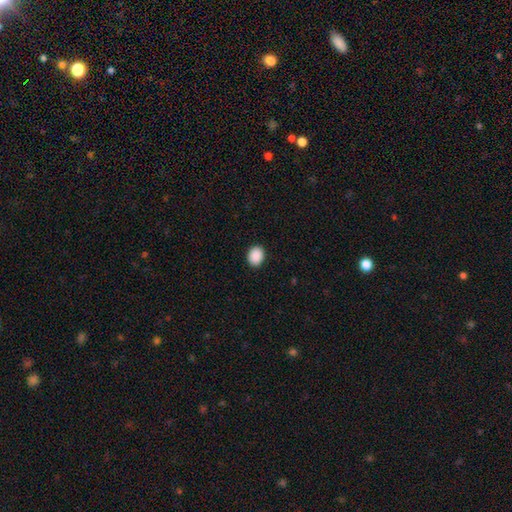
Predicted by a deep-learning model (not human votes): This appears to be a smooth galaxy with no disk features (90%) that is in between round and cigar-shaped (50%). Merging: none (91%).